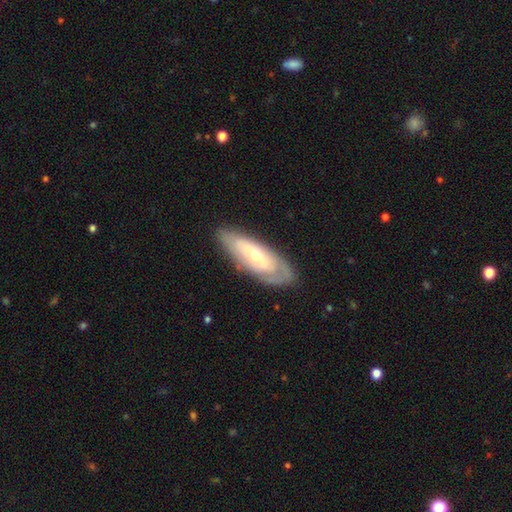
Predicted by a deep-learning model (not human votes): Smooth or featured? featured or disk (59%)
Edge-on disk? no (79%)
Merging? none (77%)